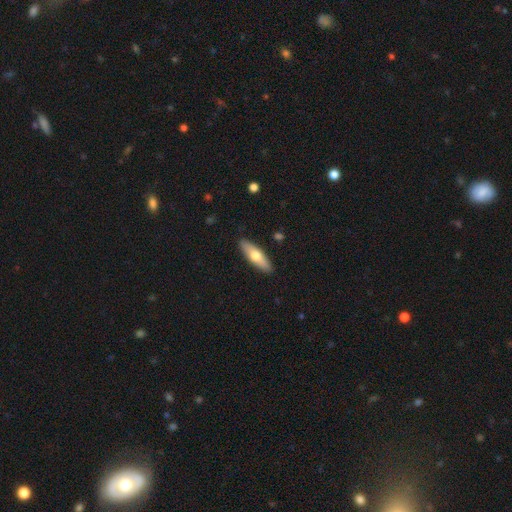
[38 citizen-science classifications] Overall: smooth (68%; featured or disk 29%). How rounded: cigar-shaped (62%; in between 35%). Merging: none (92%).